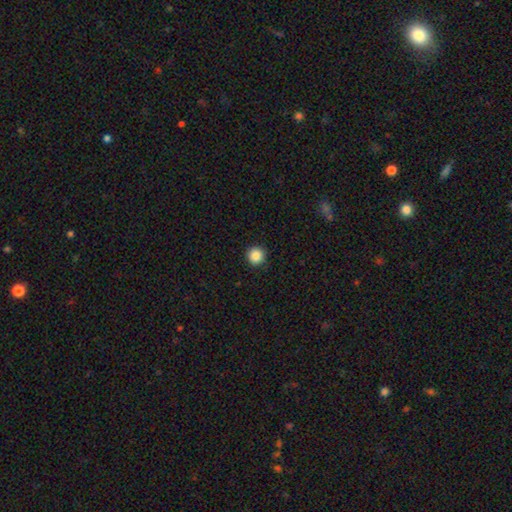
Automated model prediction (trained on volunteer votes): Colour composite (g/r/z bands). It shows a smooth galaxy with no disk features (87%) that is round (95%). Merging: none (92%).